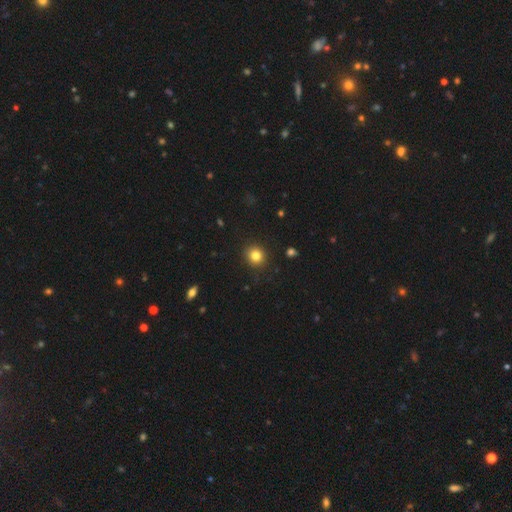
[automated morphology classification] smooth 82%, star or artifact 12%, featured or disk 6%. Down the decision tree: how rounded — round (86%); merging — none (91%).